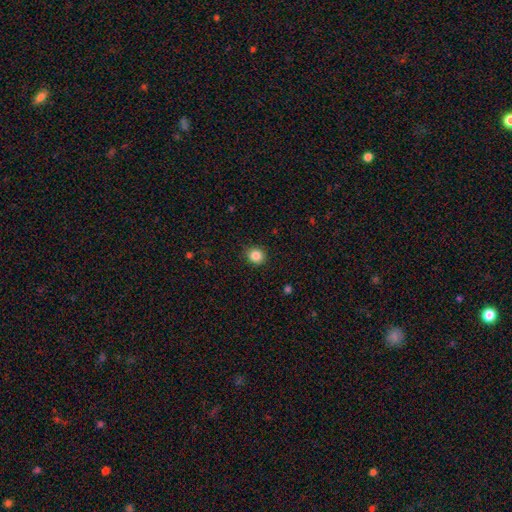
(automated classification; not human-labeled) Q: Smooth or featured?
A: smooth (85%); runner-up: star or artifact (11%)
Q: How rounded?
A: round (83%); runner-up: in between (16%)
Q: Merging?
A: none (89%); runner-up: minor disturbance (8%)